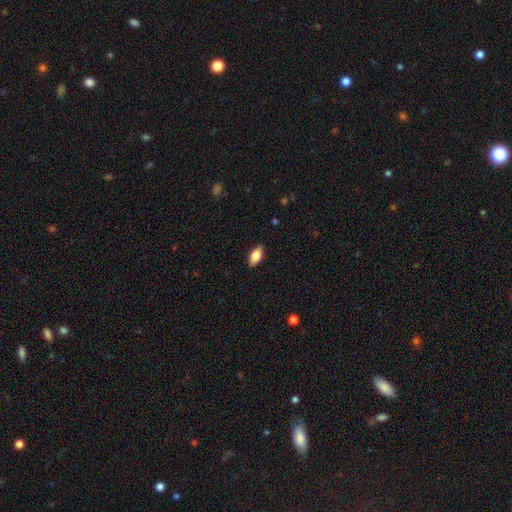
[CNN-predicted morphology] smooth 81%, featured or disk 13%, star or artifact 7%. Down the decision tree: how rounded — in between (89%); merging — none (87%).